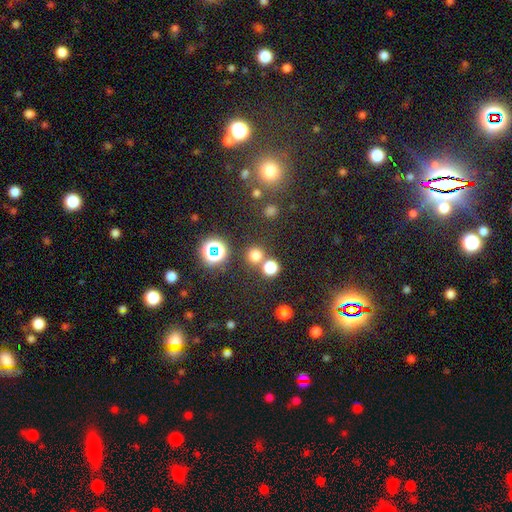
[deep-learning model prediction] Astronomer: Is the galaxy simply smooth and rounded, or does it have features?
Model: smooth — 67%.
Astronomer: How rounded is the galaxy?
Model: round — 92%.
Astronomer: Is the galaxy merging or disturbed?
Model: none — 72%.